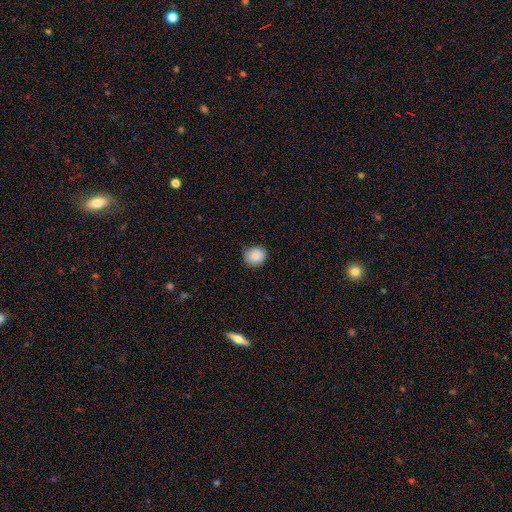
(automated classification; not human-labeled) This appears to be a smooth galaxy with no disk features (88%) that is round (72%). Merging: none (83%).